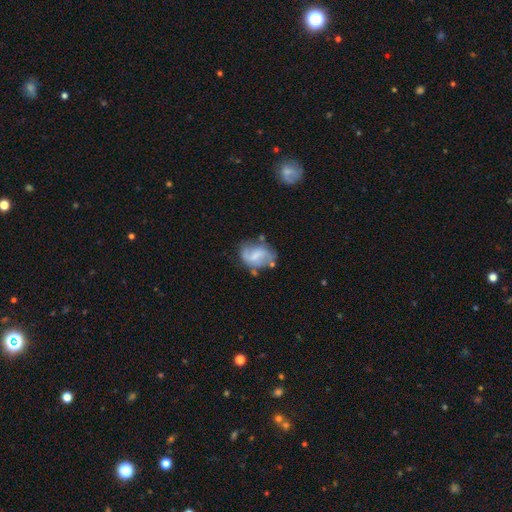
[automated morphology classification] smooth_or_featured: featured or disk (p=0.63) [alt: smooth p=0.29]
disk_edge_on: no (p=0.97) [alt: yes p=0.03]
bar: weak (p=0.51) [alt: no p=0.33]
has_spiral_arms: yes (p=0.81) [alt: no p=0.19]
spiral_winding: loose (p=0.47) [alt: medium p=0.39]
spiral_arm_count: 2 (p=0.77) [alt: can't tell p=0.11]
bulge_size: small (p=0.38) [alt: none p=0.28]
merging: none (p=0.51) [alt: minor disturbance p=0.26]